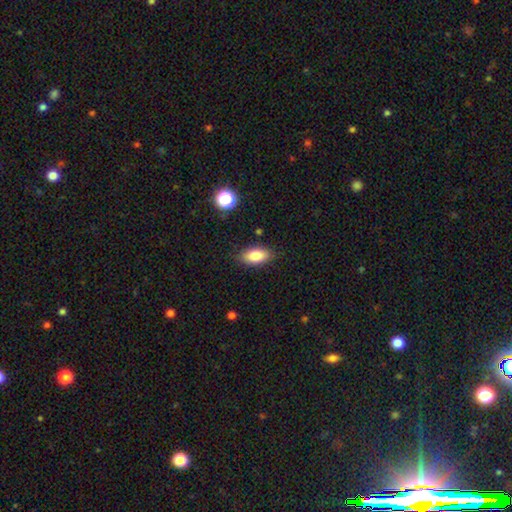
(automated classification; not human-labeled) smooth 81%, featured or disk 11%, star or artifact 8%. Down the decision tree: how rounded — in between (88%); merging — none (85%).